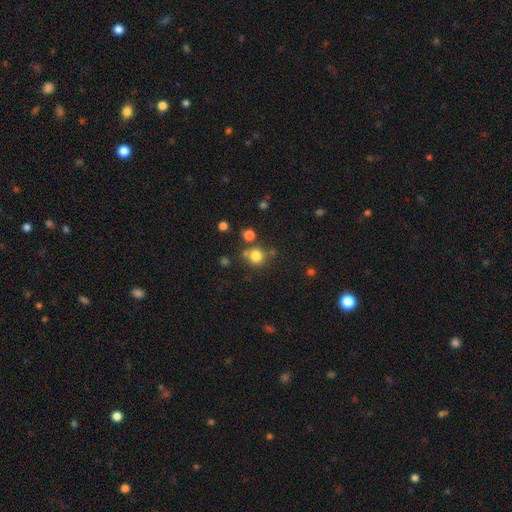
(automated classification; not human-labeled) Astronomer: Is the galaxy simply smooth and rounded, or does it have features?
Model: smooth — 80%.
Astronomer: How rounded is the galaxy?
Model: round — 89%.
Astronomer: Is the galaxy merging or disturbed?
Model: none — 72%.